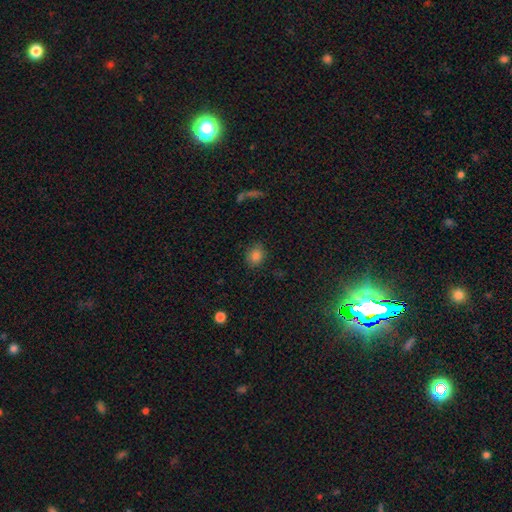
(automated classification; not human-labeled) Overall: smooth (83%). How rounded: round (60%; in between 39%). Merging: none (85%).